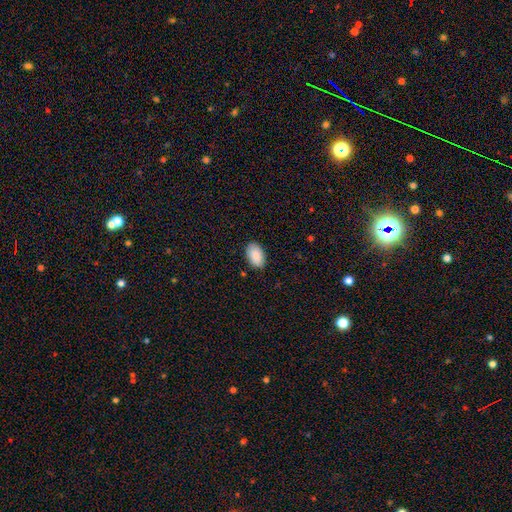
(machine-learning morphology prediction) A smooth galaxy with no disk features (88%) that is in between round and cigar-shaped (93%).

Vote fractions:
- Smooth or featured? smooth: 88% / star or artifact: 6% / featured or disk: 6%
- How rounded? in between: 93% / round: 5% / cigar-shaped: 1%
- Merging? none: 86% / minor disturbance: 11% / major disturbance: 2% / merger: 1%